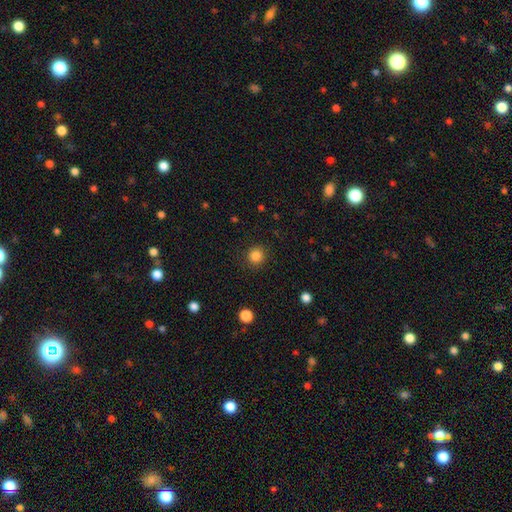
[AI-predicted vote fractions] Morphology: type=smooth (85%); roundness=round (93%); merging=none (90%).